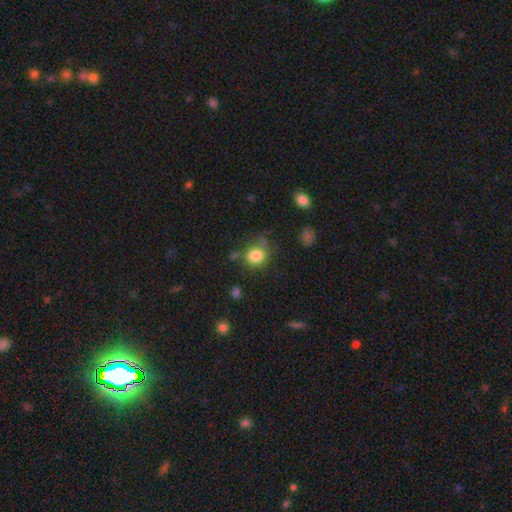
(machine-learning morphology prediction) This is clearly a smooth galaxy (83%). How rounded: likely round (78%). Merging: likely none (66%).